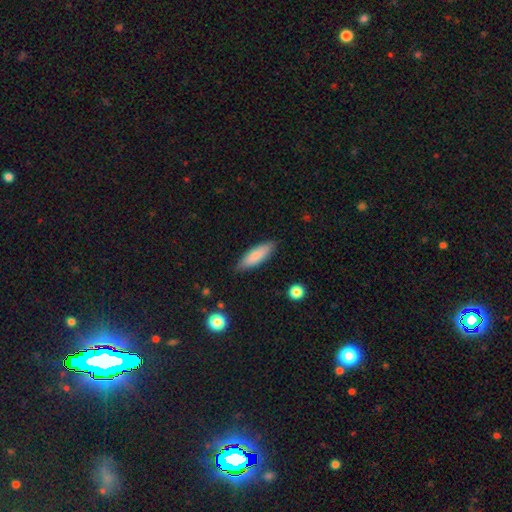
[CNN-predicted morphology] smooth 81%, featured or disk 13%, star or artifact 6%. Down the decision tree: how rounded — in between (52%); merging — none (84%).